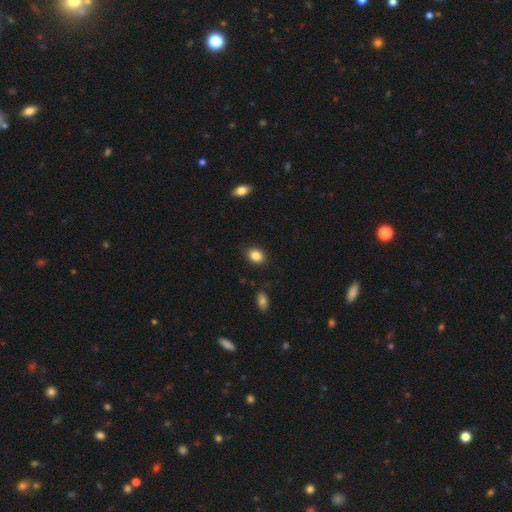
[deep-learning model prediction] The model was most divided on "how rounded": in between: 58%, round: 41%, cigar-shaped: 1%. More confident: merging — none (87%); smooth or featured — smooth (86%).